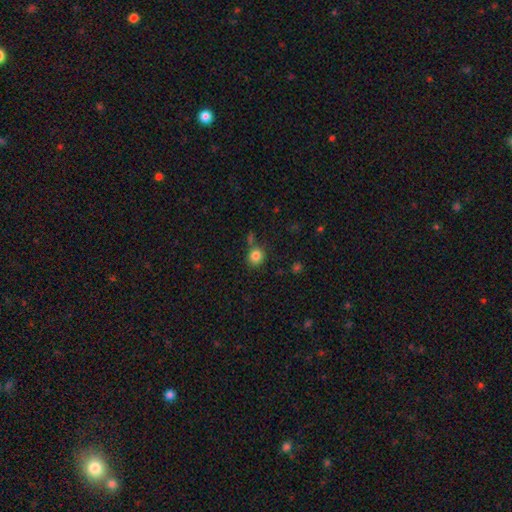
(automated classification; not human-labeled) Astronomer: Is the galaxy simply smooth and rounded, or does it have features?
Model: smooth — 84%.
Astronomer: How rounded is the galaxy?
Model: round — 86%.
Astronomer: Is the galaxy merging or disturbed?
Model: none — 75%.